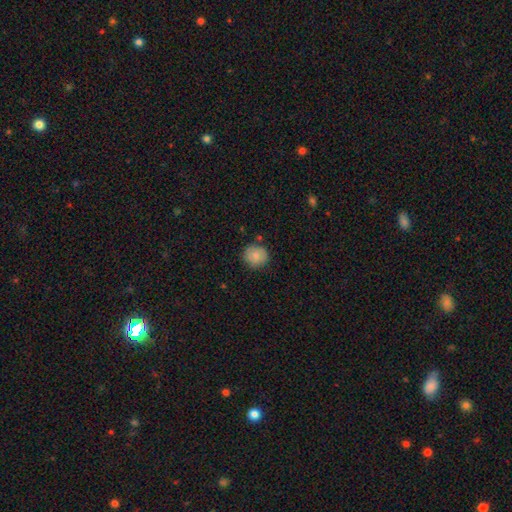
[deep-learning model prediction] A smooth galaxy with no disk features (80%) that is round (85%).

Vote fractions:
- Smooth or featured? smooth: 80% / featured or disk: 12% / star or artifact: 8%
- How rounded? round: 85% / in between: 14% / cigar-shaped: 1%
- Merging? none: 81% / minor disturbance: 14% / major disturbance: 3% / merger: 2%